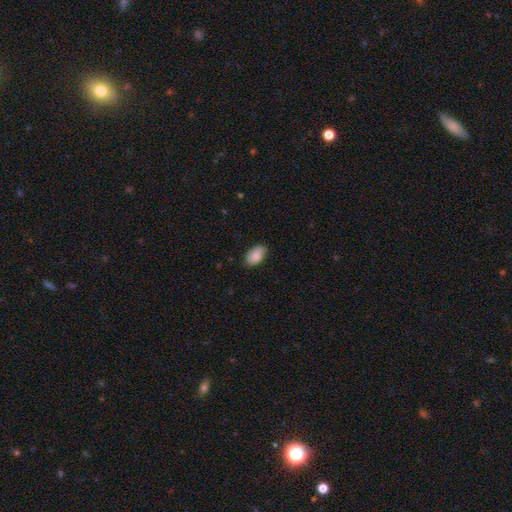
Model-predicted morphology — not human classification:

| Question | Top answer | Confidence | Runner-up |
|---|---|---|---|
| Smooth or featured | smooth | 87% | star or artifact (7%) |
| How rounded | in between | 92% | round (7%) |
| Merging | none | 74% | minor disturbance (22%) |